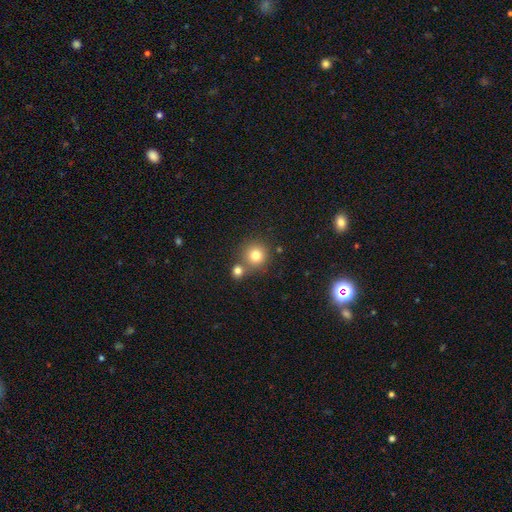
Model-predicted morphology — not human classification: This is likely a smooth galaxy (79%). How rounded: clearly round (92%). Merging: likely none (68%).